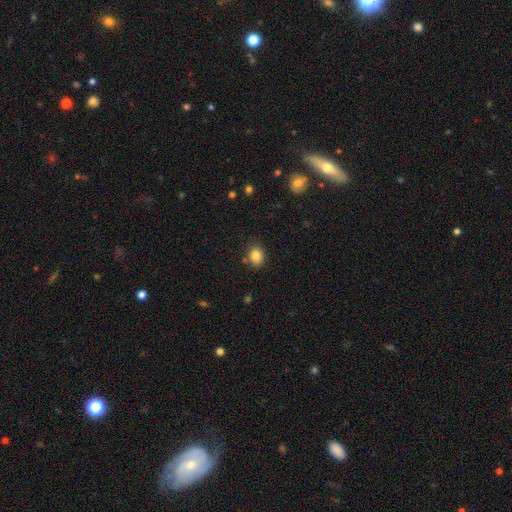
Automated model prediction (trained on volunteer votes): This appears to be a smooth galaxy with no disk features (84%) that is in between round and cigar-shaped (57%). Merging: none (81%).